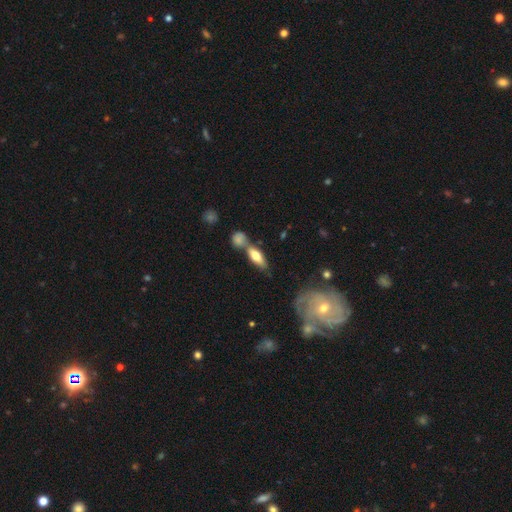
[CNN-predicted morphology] type=smooth (63%); roundness=in between (64%); merging=none (55%).